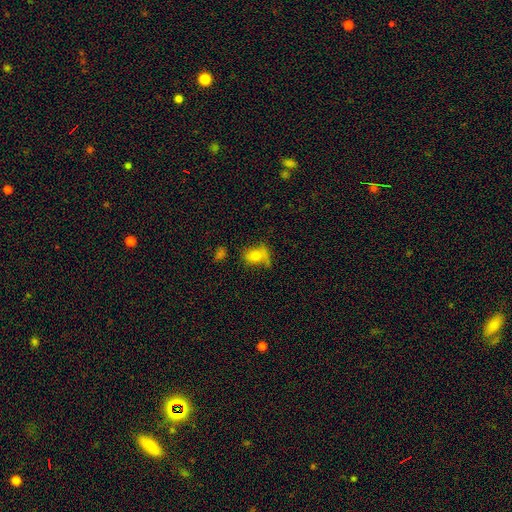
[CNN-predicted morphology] Smooth or featured?
  - smooth: 70% *
  - featured or disk: 18%
  - star or artifact: 13%
How rounded?
  - in between: 65% *
  - round: 33%
  - cigar-shaped: 3%
Merging?
  - none: 40% *
  - minor disturbance: 28%
  - major disturbance: 23%
  - merger: 8%